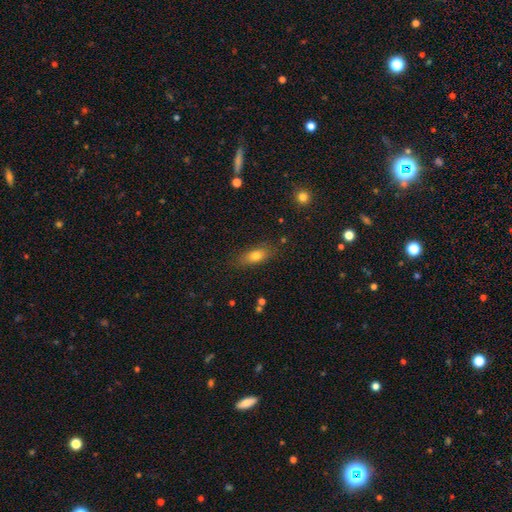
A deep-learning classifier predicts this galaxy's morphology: Smooth or featured?
  - smooth: 75% *
  - featured or disk: 15%
  - star or artifact: 10%
How rounded?
  - in between: 77% *
  - cigar-shaped: 17%
  - round: 6%
Merging?
  - none: 81% *
  - minor disturbance: 13%
  - major disturbance: 4%
  - merger: 2%